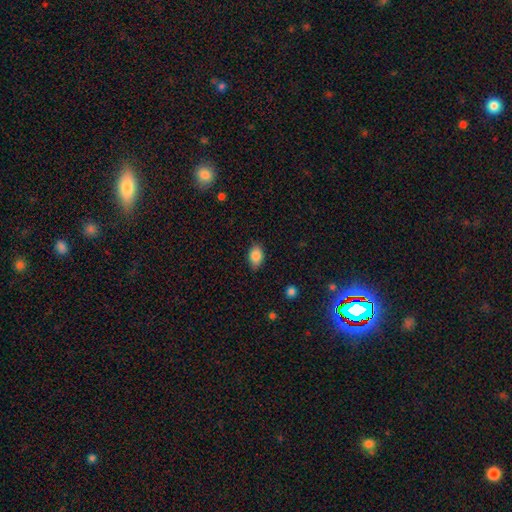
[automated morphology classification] Smooth or featured?
  - smooth: 87% *
  - star or artifact: 8%
  - featured or disk: 5%
How rounded?
  - in between: 86% *
  - round: 12%
  - cigar-shaped: 1%
Merging?
  - none: 82% *
  - minor disturbance: 14%
  - major disturbance: 3%
  - merger: 1%